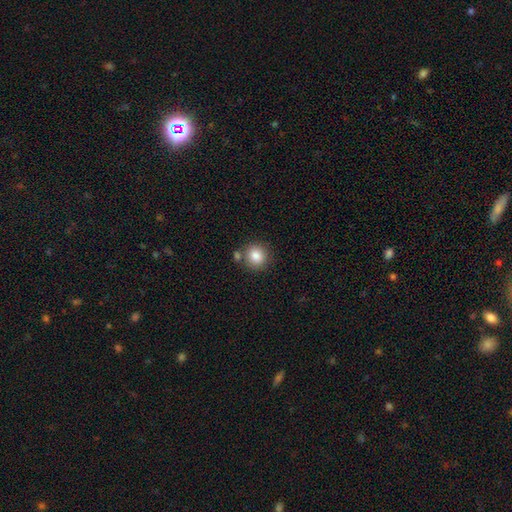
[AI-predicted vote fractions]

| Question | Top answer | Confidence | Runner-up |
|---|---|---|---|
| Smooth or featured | smooth | 84% | star or artifact (9%) |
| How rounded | round | 90% | in between (10%) |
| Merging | none | 74% | merger (13%) |